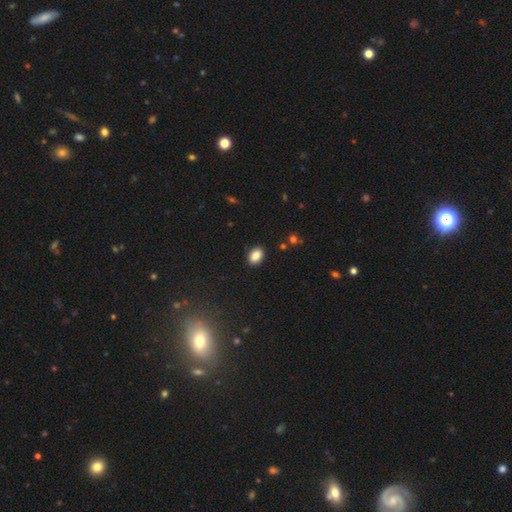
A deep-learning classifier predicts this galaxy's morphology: Smooth or featured? smooth (87%)
How rounded? in between (83%)
Merging? none (89%)